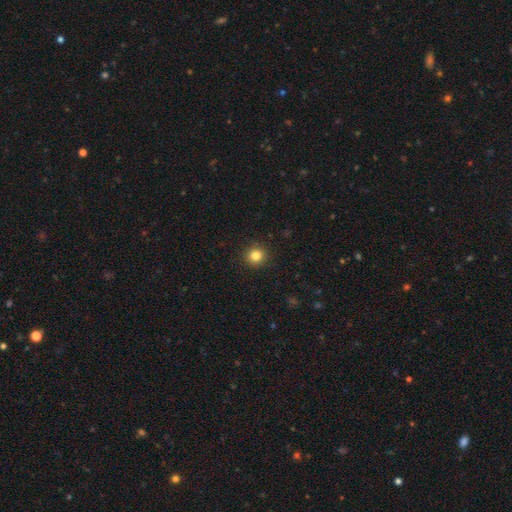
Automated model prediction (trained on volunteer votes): A smooth galaxy with no disk features (83%) that is round (93%). Merging: none (92%).